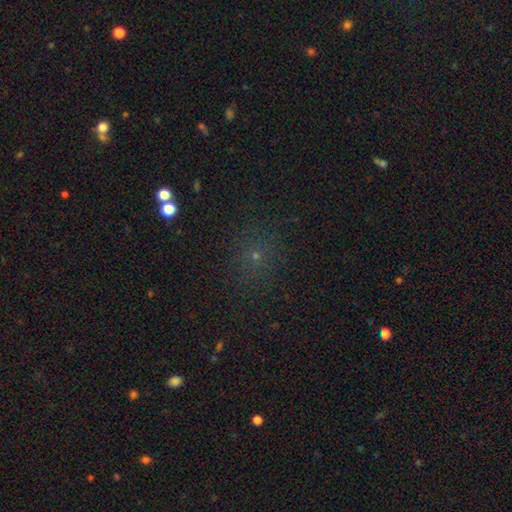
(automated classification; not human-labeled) The model was most divided on "smooth or featured": smooth: 52%, star or artifact: 39%, featured or disk: 9%. More confident: how rounded — round (88%); merging — none (84%).